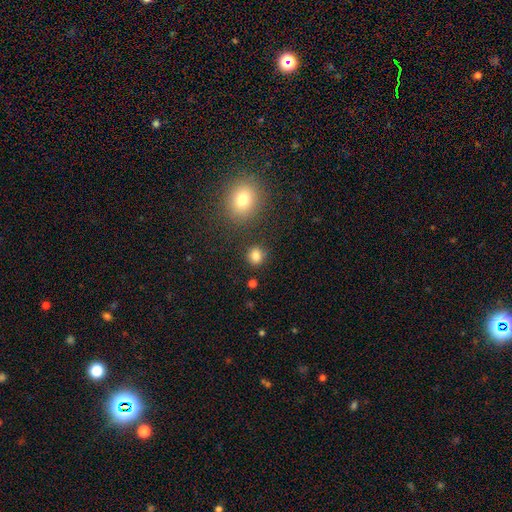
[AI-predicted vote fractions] This is clearly a smooth galaxy (83%). How rounded: clearly round (81%). Merging: clearly none (84%).